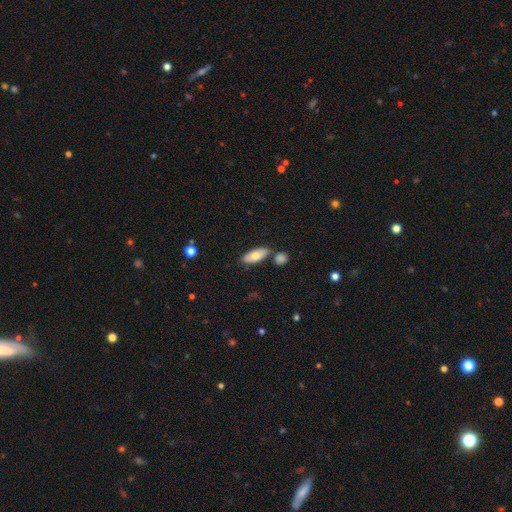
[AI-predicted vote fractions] Smooth or featured?
  - smooth: 72% *
  - featured or disk: 22%
  - star or artifact: 6%
How rounded?
  - in between: 79% *
  - cigar-shaped: 18%
  - round: 3%
Merging?
  - none: 76% *
  - minor disturbance: 12%
  - merger: 10%
  - major disturbance: 3%